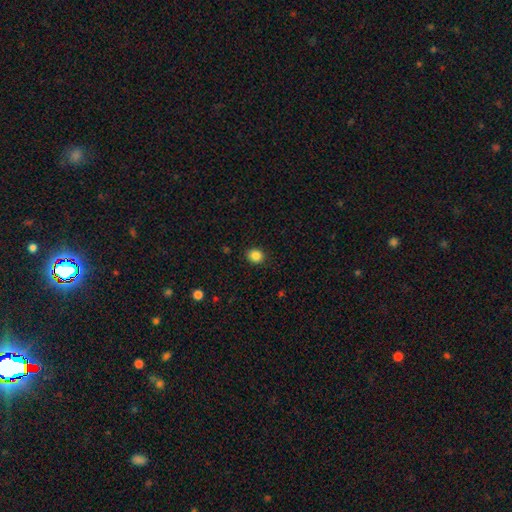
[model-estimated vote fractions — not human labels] Overall: smooth (86%). How rounded: round (72%). Merging: none (89%).